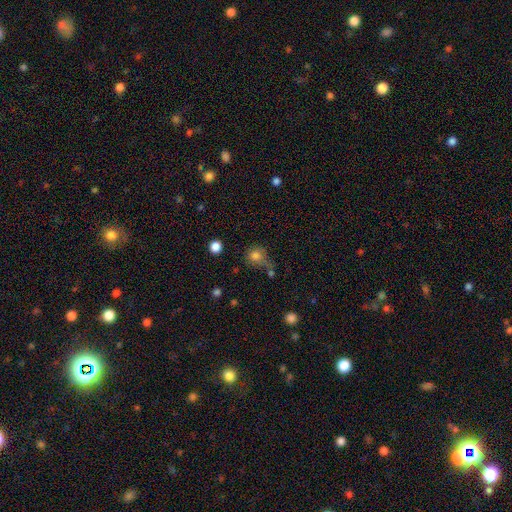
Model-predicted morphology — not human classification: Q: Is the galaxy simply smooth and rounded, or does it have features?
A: smooth — 79%.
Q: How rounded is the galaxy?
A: round — 81%.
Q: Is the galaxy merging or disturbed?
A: none — 51%.